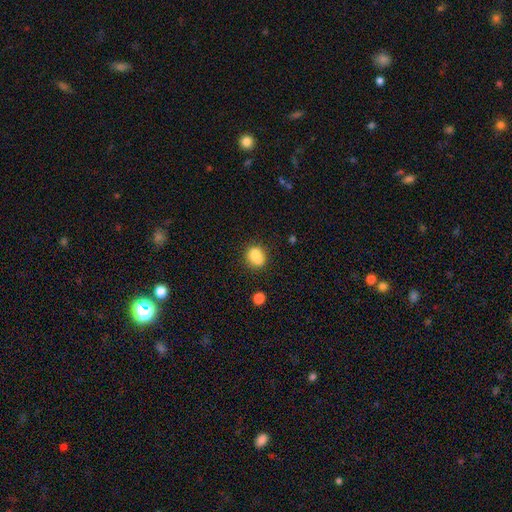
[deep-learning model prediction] This appears to be a smooth galaxy with no disk features (79%) that is round (63%). Merging: none (50%).